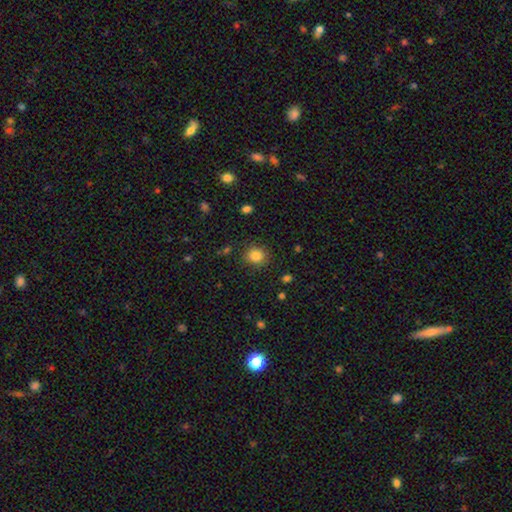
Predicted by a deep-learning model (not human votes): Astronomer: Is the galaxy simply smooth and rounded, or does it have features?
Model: smooth — 83%.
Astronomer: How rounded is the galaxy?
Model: round — 82%.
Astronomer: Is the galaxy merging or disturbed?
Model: none — 87%.